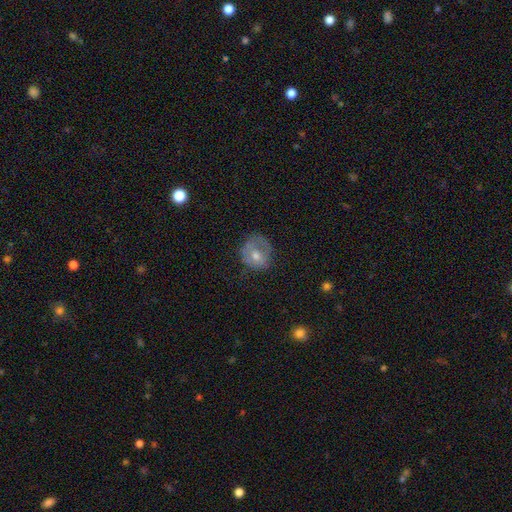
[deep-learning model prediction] Morphology: type=smooth (48%); merging=none (56%).